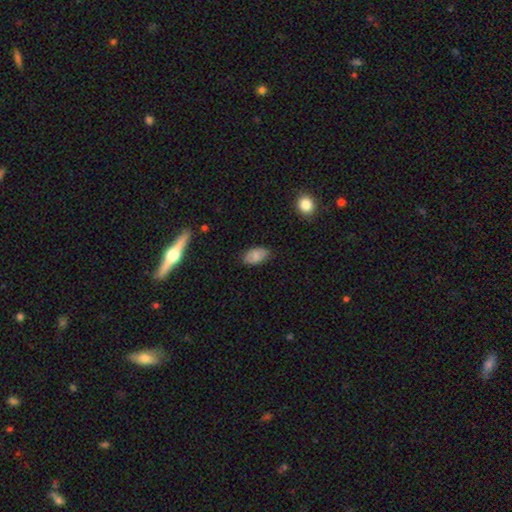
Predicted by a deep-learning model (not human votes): smooth-or-featured: smooth: 74% | featured or disk: 18% | star or artifact: 8%
  how-rounded: in between: 92% | round: 6% | cigar-shaped: 2%
  merging: none: 80% | minor disturbance: 16% | major disturbance: 3% | merger: 1%